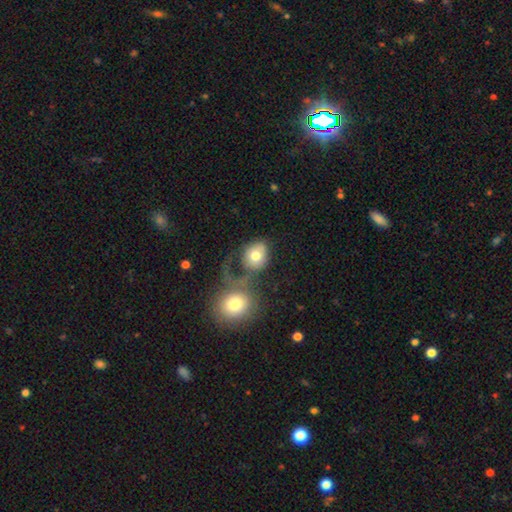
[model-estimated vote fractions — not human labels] A smooth galaxy with no disk features (76%) that is round (60%).

Vote fractions:
- Smooth or featured? smooth: 76% / featured or disk: 17% / star or artifact: 8%
- How rounded? round: 60% / in between: 39% / cigar-shaped: 1%
- Merging? merger: 35% / none: 33% / major disturbance: 18% / minor disturbance: 14%